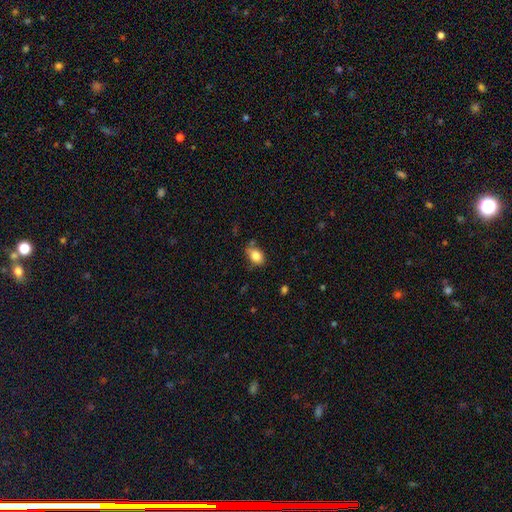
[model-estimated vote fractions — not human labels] A smooth galaxy with no disk features (84%) that is in between round and cigar-shaped (77%).

Vote fractions:
- Smooth or featured? smooth: 84% / star or artifact: 9% / featured or disk: 7%
- How rounded? in between: 77% / round: 22% / cigar-shaped: 2%
- Merging? none: 62% / minor disturbance: 27% / major disturbance: 6% / merger: 6%